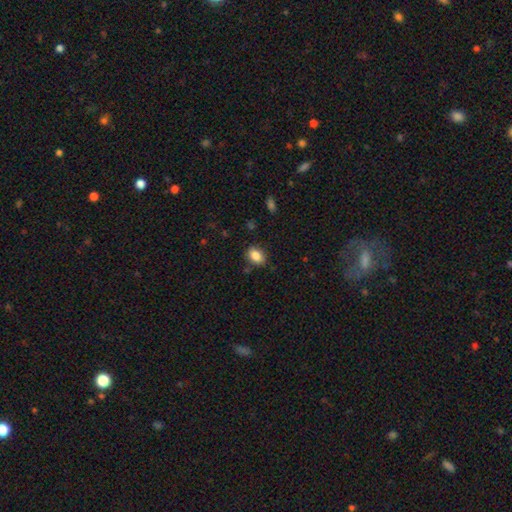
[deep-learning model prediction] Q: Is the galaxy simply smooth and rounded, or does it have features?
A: smooth — 85%.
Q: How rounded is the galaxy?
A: in between — 72%.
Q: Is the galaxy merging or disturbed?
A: none — 83%.